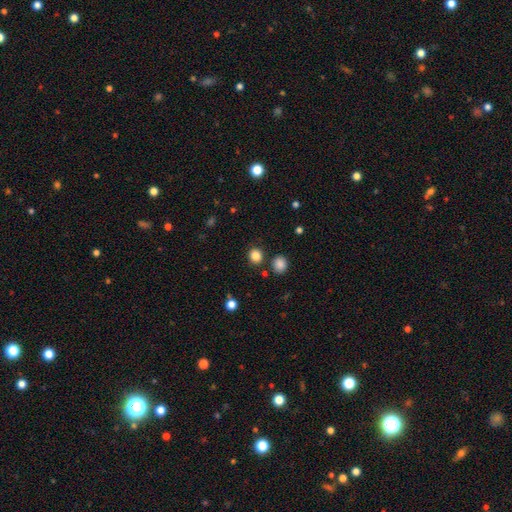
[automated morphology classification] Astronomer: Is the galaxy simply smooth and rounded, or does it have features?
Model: smooth — 85%.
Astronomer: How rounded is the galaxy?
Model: round — 81%.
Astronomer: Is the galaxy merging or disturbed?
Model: none — 84%.